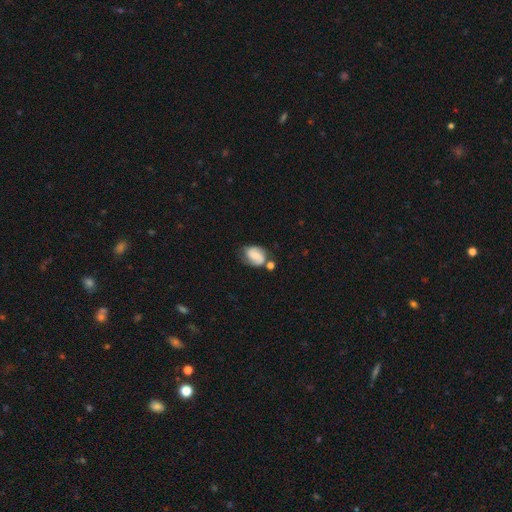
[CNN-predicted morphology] A featured or disk galaxy (46%).

Vote fractions:
- Smooth or featured? featured or disk: 46% / smooth: 45% / star or artifact: 9%
- Merging? none: 47% / minor disturbance: 25% / merger: 19% / major disturbance: 9%